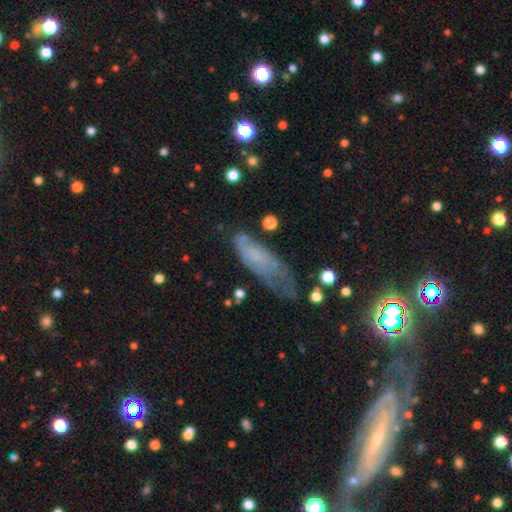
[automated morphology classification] The model was most divided on "merging": none: 39%, minor disturbance: 32%, major disturbance: 25%, merger: 4%. Remaining: smooth or featured — smooth (50%).